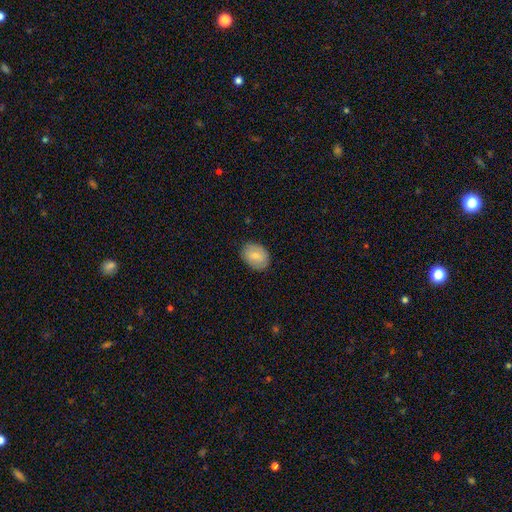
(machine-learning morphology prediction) The model was most divided on "how rounded": in between: 71%, round: 28%, cigar-shaped: 1%. More confident: merging — none (85%); smooth or featured — smooth (79%).